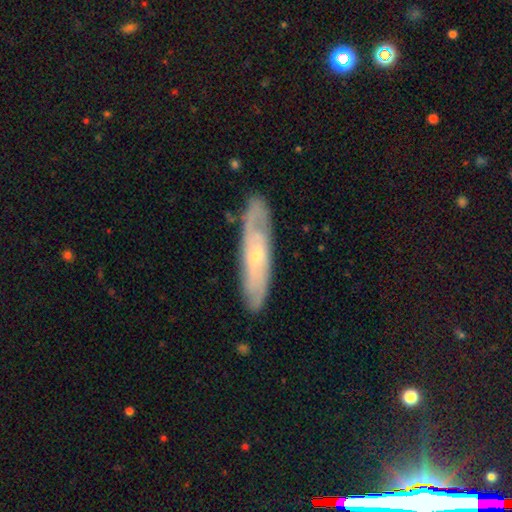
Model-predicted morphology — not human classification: The model was most divided on "edge-on disk": no: 61%, yes: 39%. More confident: merging — none (83%); smooth or featured — featured or disk (68%).